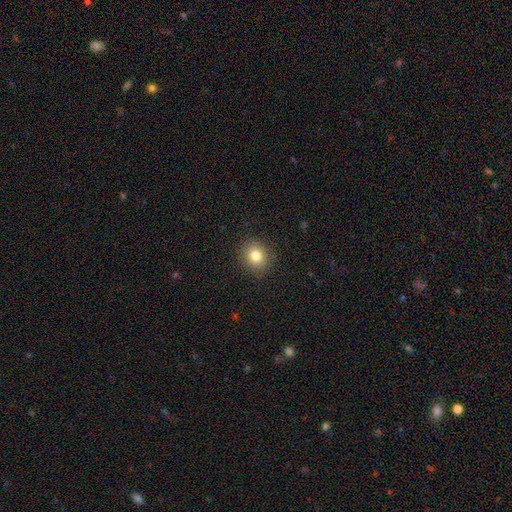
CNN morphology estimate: Smooth or featured? Predicted: smooth (p=0.80). How rounded? Predicted: round (p=0.78). Merging? Predicted: none (p=0.89).